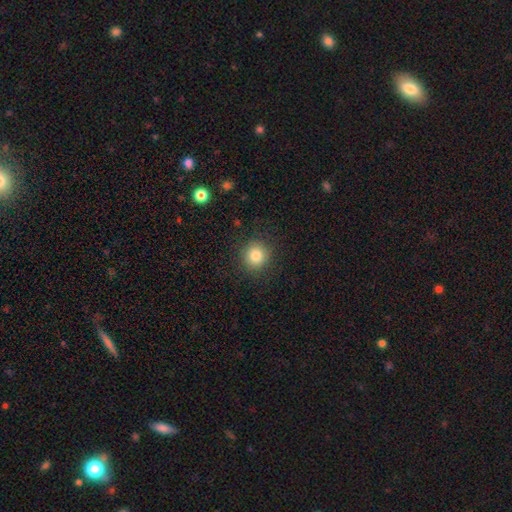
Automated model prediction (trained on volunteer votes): This is clearly a smooth galaxy (83%). How rounded: clearly round (91%). Merging: clearly none (88%).